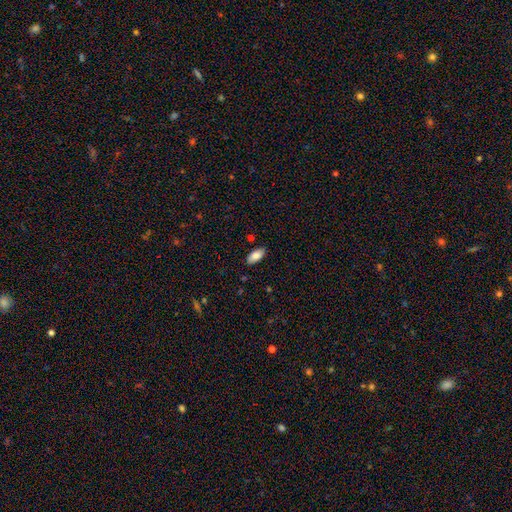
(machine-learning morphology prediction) Smooth or featured: smooth — 85% (featured or disk — 8%)
How rounded: in between — 90% (cigar-shaped — 8%)
Merging: none — 86% (minor disturbance — 10%)